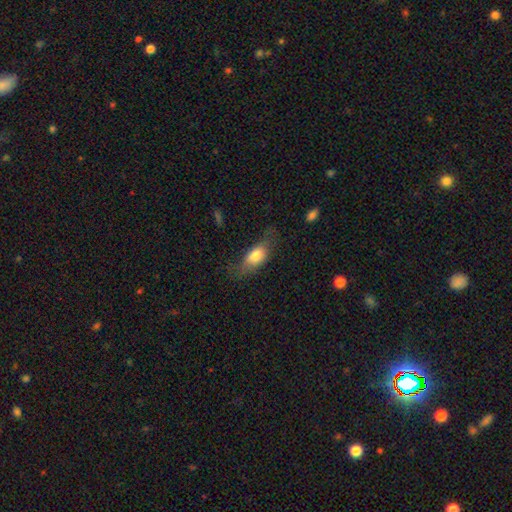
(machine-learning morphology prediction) This is likely a smooth galaxy (75%). How rounded: clearly in between (81%). Merging: possibly none (58%).